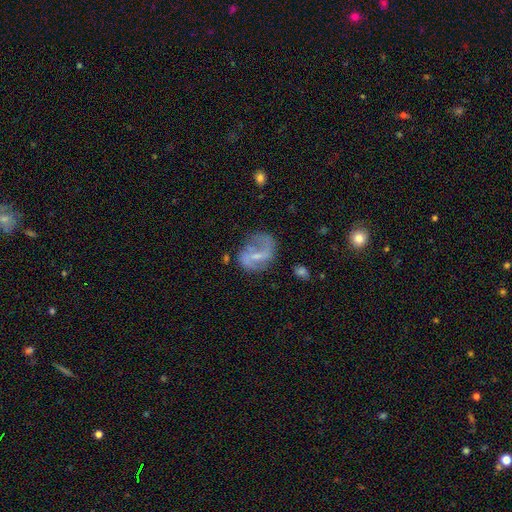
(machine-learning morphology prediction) smooth_or_featured: featured or disk (p=0.74) [alt: smooth p=0.18]
disk_edge_on: no (p=0.97) [alt: yes p=0.03]
bar: weak (p=0.46) [alt: strong p=0.35]
has_spiral_arms: yes (p=0.80) [alt: no p=0.20]
spiral_winding: loose (p=0.51) [alt: medium p=0.37]
spiral_arm_count: 2 (p=0.78) [alt: 1 p=0.10]
bulge_size: small (p=0.52) [alt: none p=0.23]
merging: none (p=0.57) [alt: minor disturbance p=0.23]